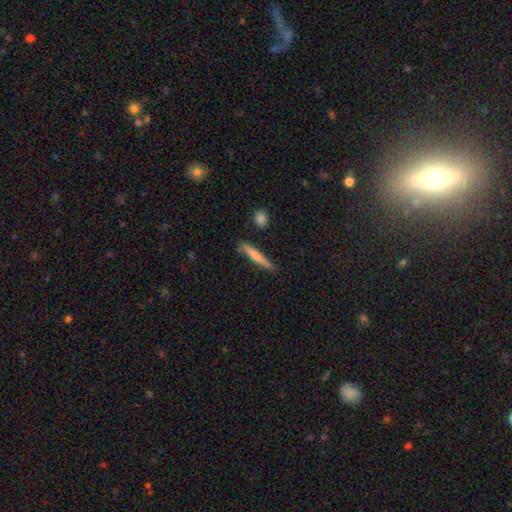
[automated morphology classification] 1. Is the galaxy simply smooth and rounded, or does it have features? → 66% smooth, 28% featured or disk, 6% star or artifact.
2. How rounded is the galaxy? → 93% cigar-shaped, 5% in between, 2% round.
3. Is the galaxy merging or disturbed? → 78% none, 16% minor disturbance, 3% major disturbance, 3% merger.